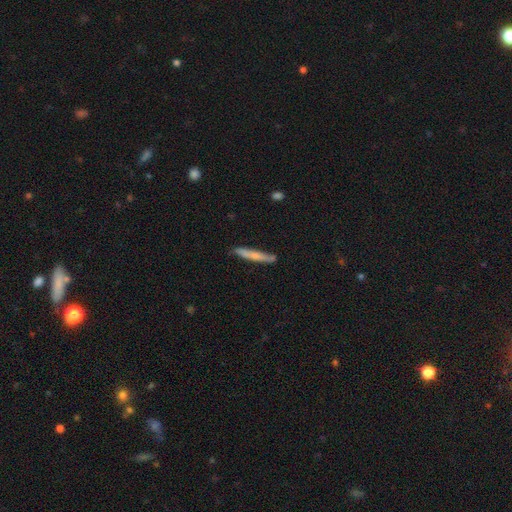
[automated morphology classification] A smooth galaxy with no disk features (53%) that is cigar-shaped (95%). Merging: none (87%).